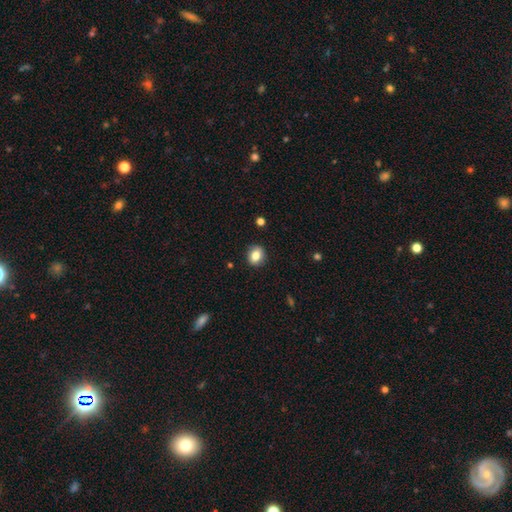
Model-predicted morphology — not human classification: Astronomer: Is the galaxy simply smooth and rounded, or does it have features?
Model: smooth — 80%.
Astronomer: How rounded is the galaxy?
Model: round — 66%.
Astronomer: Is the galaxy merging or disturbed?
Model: none — 89%.